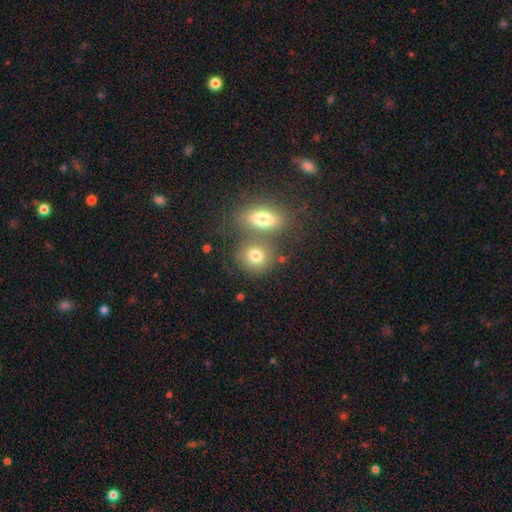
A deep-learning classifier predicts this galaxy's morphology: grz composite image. It shows a smooth galaxy with no disk features (76%) that is round (69%). Merging: none (51%).